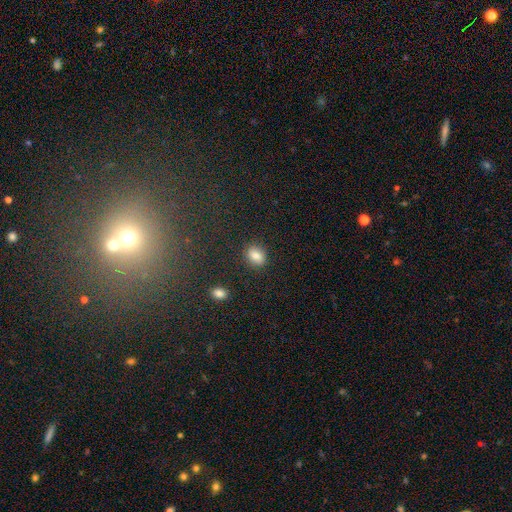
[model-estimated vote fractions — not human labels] Smooth or featured?
  - smooth: 84% *
  - star or artifact: 9%
  - featured or disk: 7%
How rounded?
  - in between: 59% *
  - round: 40%
  - cigar-shaped: 1%
Merging?
  - none: 85% *
  - minor disturbance: 10%
  - major disturbance: 3%
  - merger: 2%